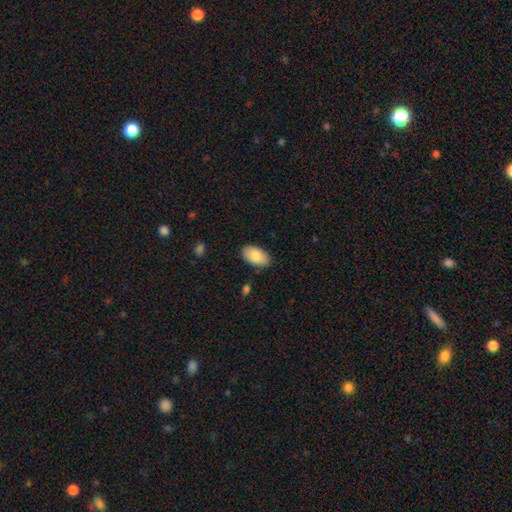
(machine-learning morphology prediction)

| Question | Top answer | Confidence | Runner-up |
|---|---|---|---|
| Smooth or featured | smooth | 82% | featured or disk (12%) |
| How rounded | in between | 95% | round (4%) |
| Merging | none | 86% | minor disturbance (11%) |